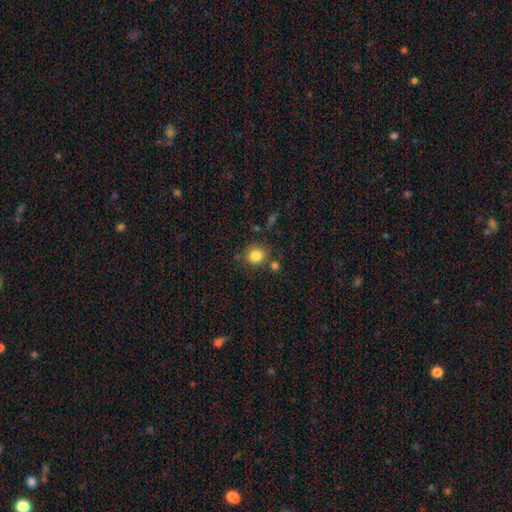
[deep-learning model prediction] The model was most divided on "merging": none: 75%, minor disturbance: 11%, merger: 9%, major disturbance: 4%. More confident: how rounded — round (86%); smooth or featured — smooth (84%).